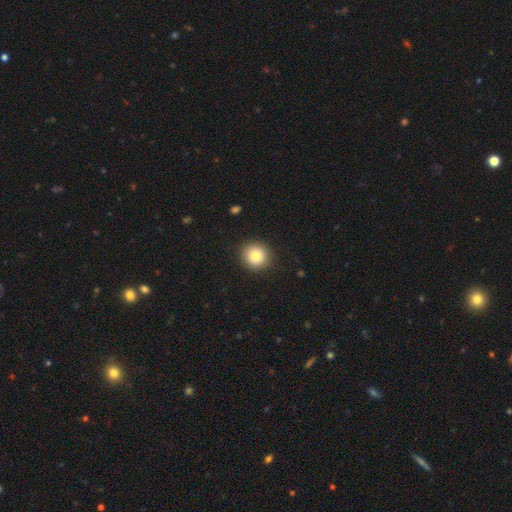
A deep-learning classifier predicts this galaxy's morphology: Smooth or featured? Predicted: smooth (p=0.82). How rounded? Predicted: round (p=0.92). Merging? Predicted: none (p=0.91).